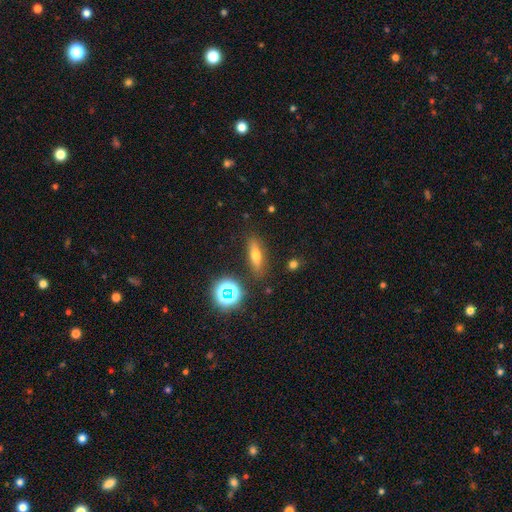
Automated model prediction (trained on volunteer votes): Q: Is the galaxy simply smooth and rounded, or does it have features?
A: smooth — 57%.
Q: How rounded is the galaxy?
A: cigar-shaped — 55%.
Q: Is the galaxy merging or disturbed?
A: none — 85%.